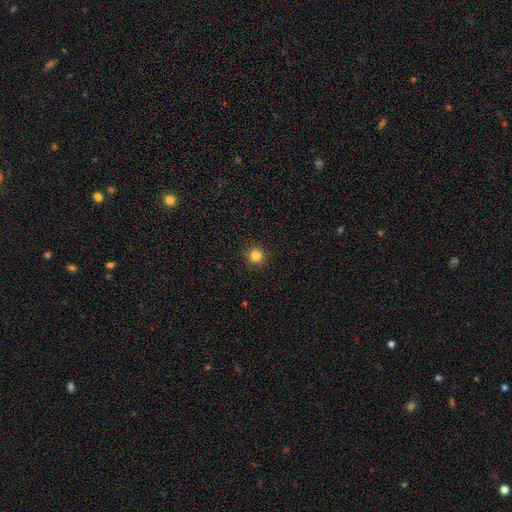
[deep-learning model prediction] smooth_or_featured: smooth (p=0.84) [alt: star or artifact p=0.12]
how_rounded: round (p=0.95) [alt: in between p=0.04]
merging: none (p=0.92) [alt: minor disturbance p=0.05]